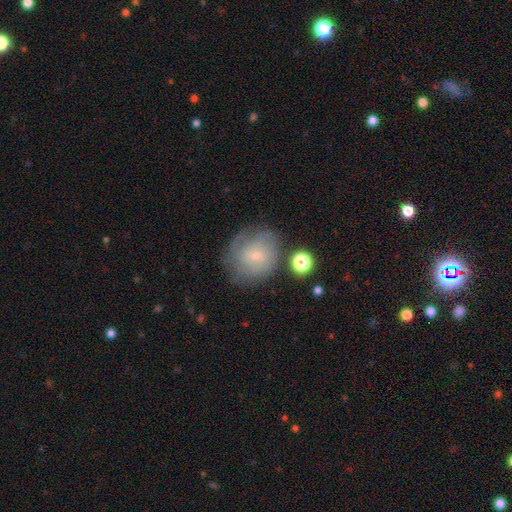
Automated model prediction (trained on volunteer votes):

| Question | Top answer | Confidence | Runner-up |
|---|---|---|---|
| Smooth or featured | featured or disk | 50% | smooth (40%) |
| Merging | none | 61% | minor disturbance (21%) |